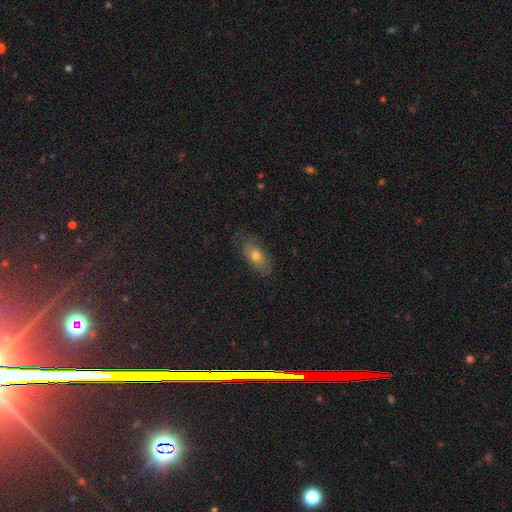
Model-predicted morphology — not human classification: Smooth or featured: smooth — 63% (featured or disk — 27%)
How rounded: in between — 84% (cigar-shaped — 9%)
Merging: none — 73% (minor disturbance — 20%)